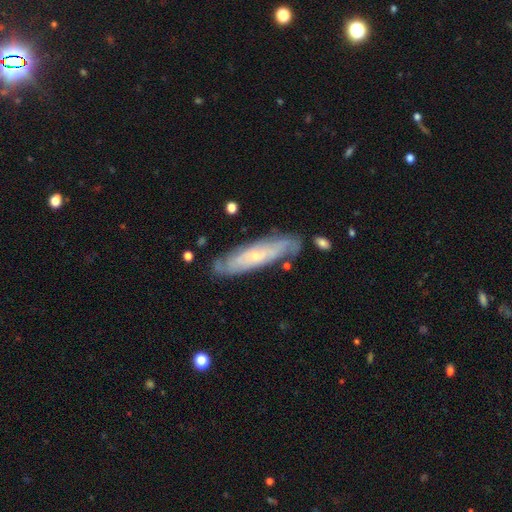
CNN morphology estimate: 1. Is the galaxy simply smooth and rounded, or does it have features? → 67% featured or disk, 27% smooth, 6% star or artifact.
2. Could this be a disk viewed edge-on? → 63% no, 37% yes.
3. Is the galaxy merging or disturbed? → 77% none, 17% minor disturbance, 4% major disturbance, 3% merger.